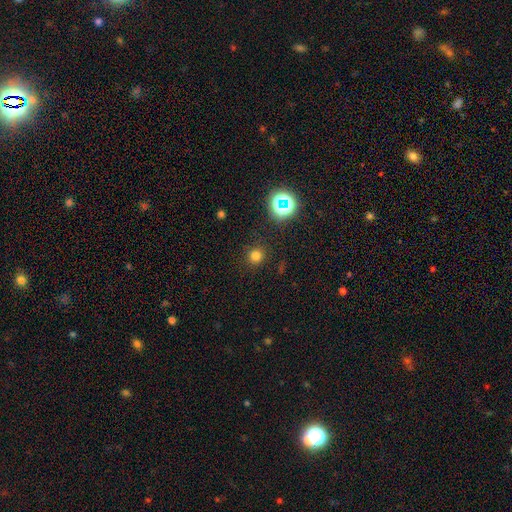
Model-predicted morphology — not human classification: type=smooth (74%); roundness=round (93%); merging=none (89%).